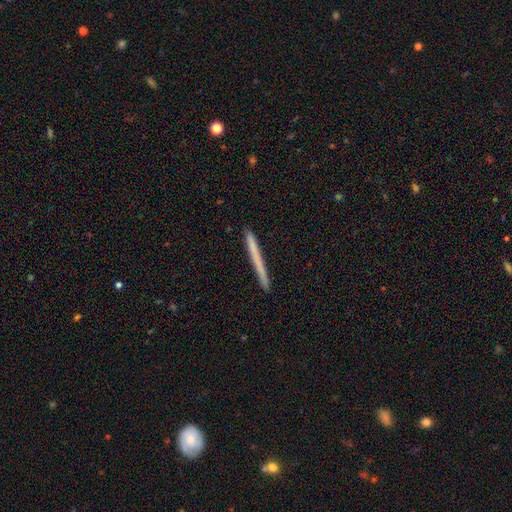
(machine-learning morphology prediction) Q: Smooth or featured?
A: smooth (62%); runner-up: featured or disk (32%)
Q: How rounded?
A: cigar-shaped (97%); runner-up: in between (1%)
Q: Merging?
A: none (92%); runner-up: minor disturbance (6%)